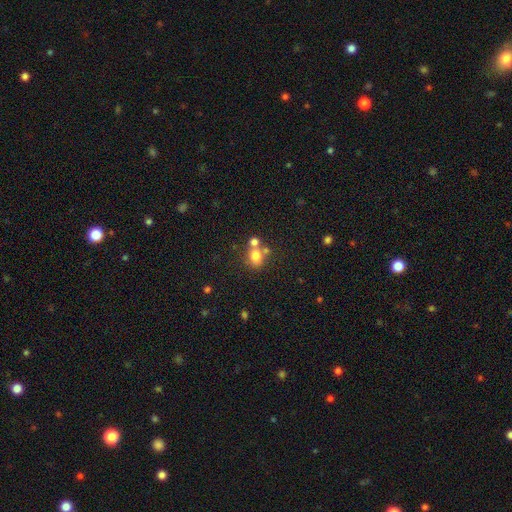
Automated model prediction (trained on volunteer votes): Q: Smooth or featured?
A: smooth (75%); runner-up: star or artifact (13%)
Q: How rounded?
A: round (59%); runner-up: in between (40%)
Q: Merging?
A: none (46%); runner-up: merger (38%)